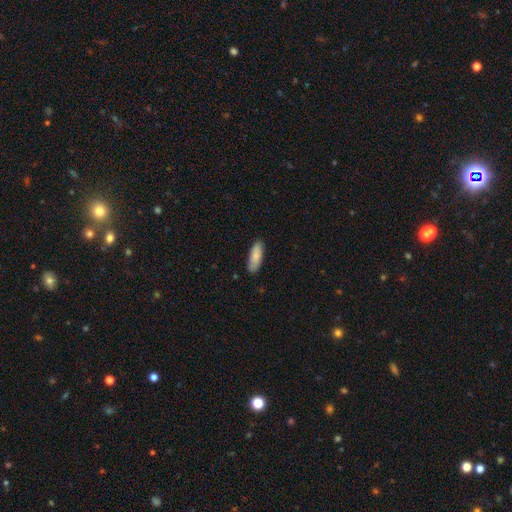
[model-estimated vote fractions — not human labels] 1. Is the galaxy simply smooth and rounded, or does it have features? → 84% smooth, 11% featured or disk, 6% star or artifact.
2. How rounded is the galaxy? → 65% in between, 33% cigar-shaped, 2% round.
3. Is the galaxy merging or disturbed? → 84% none, 13% minor disturbance, 2% major disturbance, 1% merger.